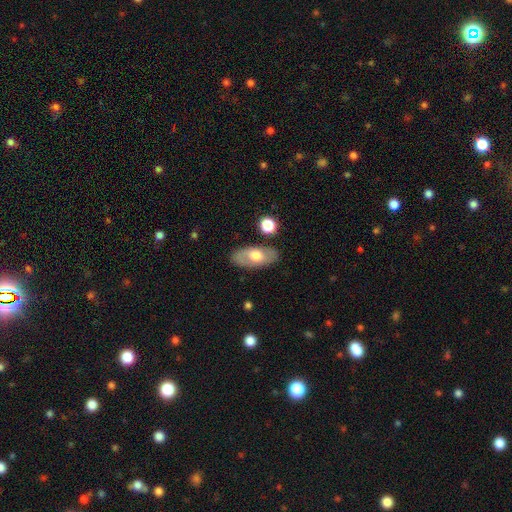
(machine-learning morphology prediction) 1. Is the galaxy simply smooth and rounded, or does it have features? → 55% smooth, 39% featured or disk, 6% star or artifact.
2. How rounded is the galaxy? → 90% in between, 5% cigar-shaped, 5% round.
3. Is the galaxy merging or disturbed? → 81% none, 12% minor disturbance, 3% major disturbance, 3% merger.